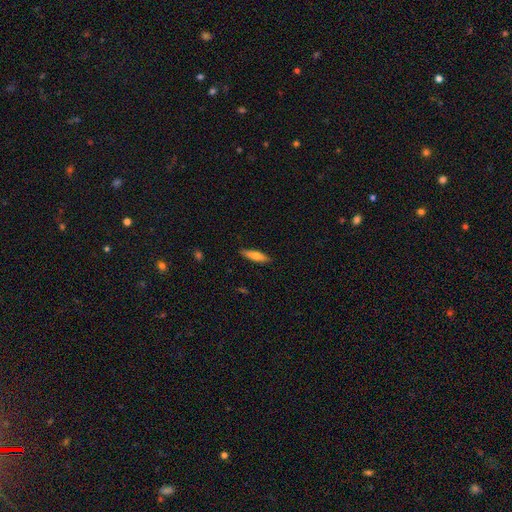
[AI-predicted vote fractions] A smooth galaxy with no disk features (67%) that is cigar-shaped (70%). Merging: none (88%).